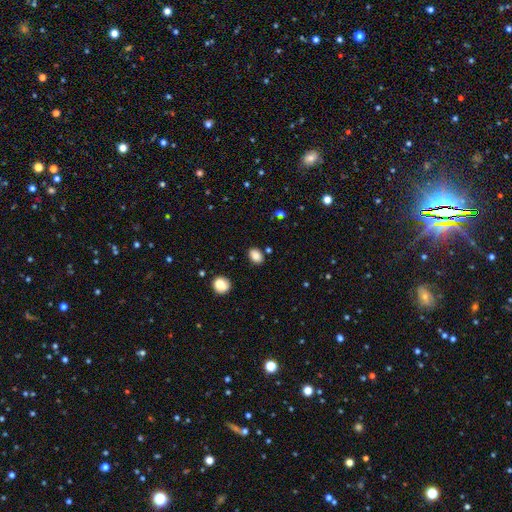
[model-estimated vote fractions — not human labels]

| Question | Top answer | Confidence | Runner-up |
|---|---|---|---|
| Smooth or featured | smooth | 85% | star or artifact (10%) |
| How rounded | in between | 76% | round (23%) |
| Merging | none | 85% | minor disturbance (10%) |